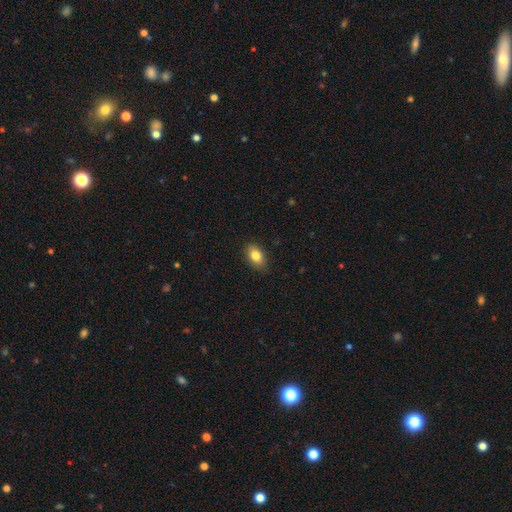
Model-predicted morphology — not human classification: Overall: smooth (83%). How rounded: in between (88%). Merging: none (87%).